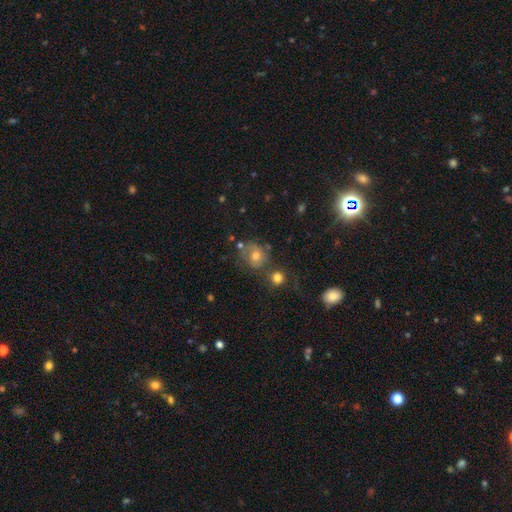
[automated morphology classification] Overall: smooth (61%; featured or disk 25%). How rounded: round (77%). Merging: none (54%; minor disturbance 21%).